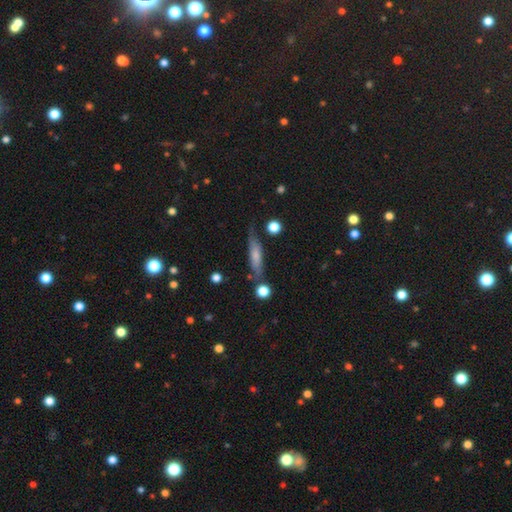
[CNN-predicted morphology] smooth_or_featured: smooth (p=0.59) [alt: featured or disk p=0.34]
how_rounded: cigar-shaped (p=0.72) [alt: in between p=0.25]
merging: none (p=0.64) [alt: minor disturbance p=0.23]